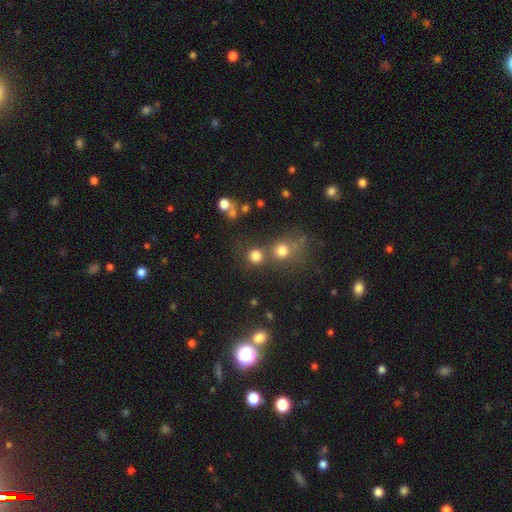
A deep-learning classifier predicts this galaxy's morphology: This is likely a smooth galaxy (77%). How rounded: clearly round (88%). Merging: possibly none (58%).